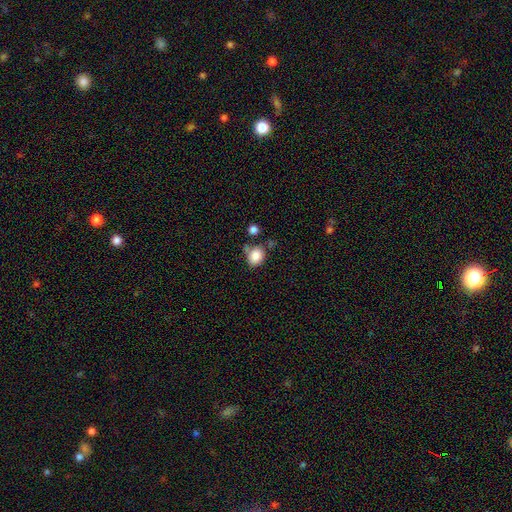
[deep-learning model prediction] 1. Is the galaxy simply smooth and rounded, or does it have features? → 84% smooth, 9% star or artifact, 7% featured or disk.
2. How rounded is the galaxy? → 50% in between, 49% round, 1% cigar-shaped.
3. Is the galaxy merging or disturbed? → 55% none, 21% minor disturbance, 16% merger, 8% major disturbance.